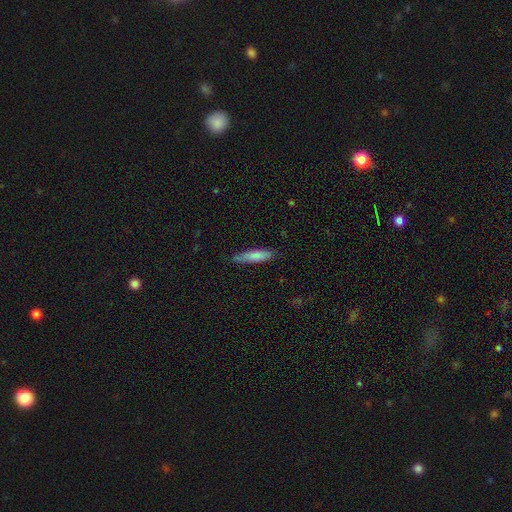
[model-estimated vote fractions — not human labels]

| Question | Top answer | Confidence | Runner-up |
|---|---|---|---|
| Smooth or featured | smooth | 80% | featured or disk (14%) |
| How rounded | cigar-shaped | 75% | in between (24%) |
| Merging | none | 76% | minor disturbance (19%) |